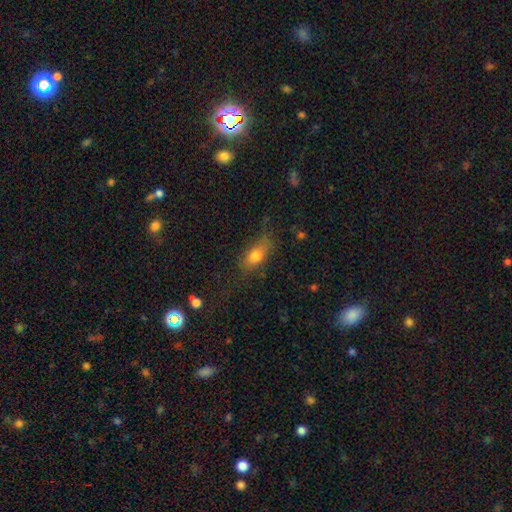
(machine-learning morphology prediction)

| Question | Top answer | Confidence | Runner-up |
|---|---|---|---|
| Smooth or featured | smooth | 73% | featured or disk (17%) |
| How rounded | in between | 76% | cigar-shaped (14%) |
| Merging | none | 57% | minor disturbance (26%) |